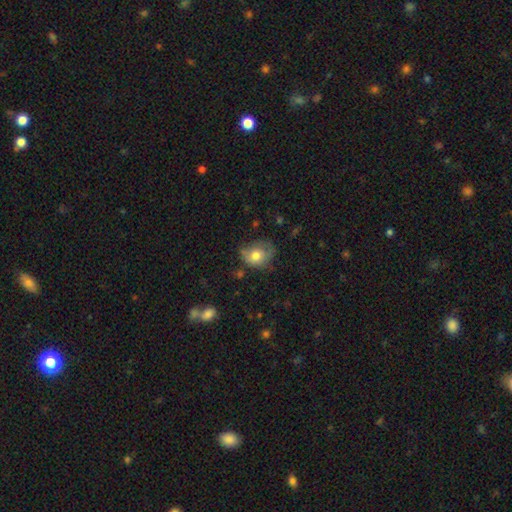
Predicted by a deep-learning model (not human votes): smooth 72%, featured or disk 19%, star or artifact 9%. Down the decision tree: how rounded — round (51%); merging — none (48%).